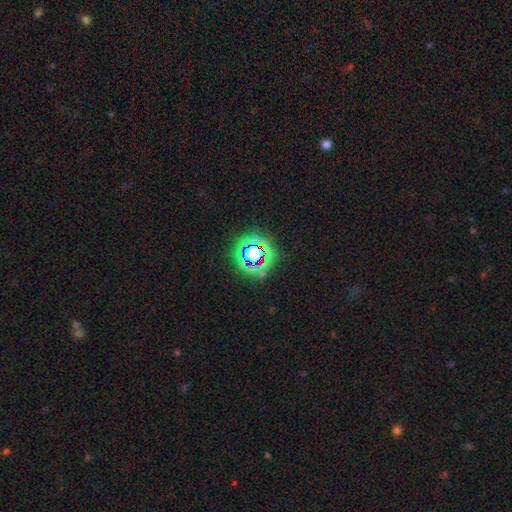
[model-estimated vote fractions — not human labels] Smooth or featured?
  - star or artifact: 66% *
  - smooth: 22%
  - featured or disk: 12%